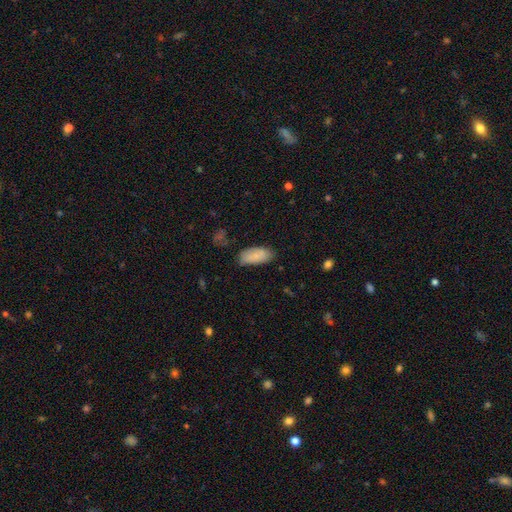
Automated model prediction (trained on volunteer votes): A smooth galaxy with no disk features (85%) that is in between round and cigar-shaped (88%). Merging: none (73%).